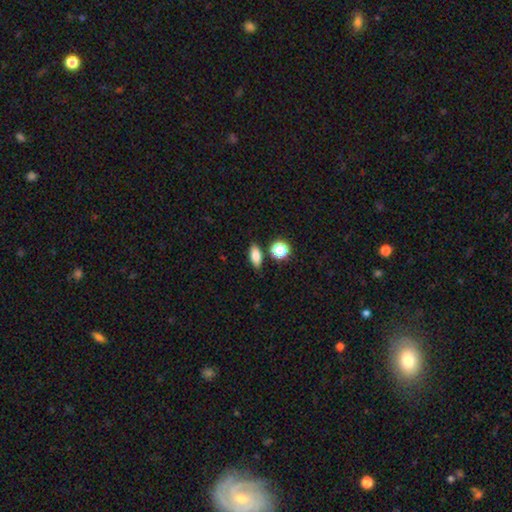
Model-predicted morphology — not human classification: smooth-or-featured: smooth: 79% | featured or disk: 11% | star or artifact: 11%
  how-rounded: in between: 76% | cigar-shaped: 13% | round: 10%
  merging: none: 81% | minor disturbance: 11% | merger: 5% | major disturbance: 3%